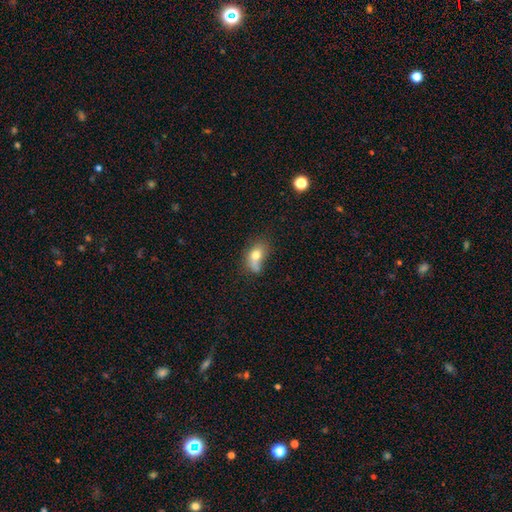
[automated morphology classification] smooth 72%, featured or disk 18%, star or artifact 10%. Down the decision tree: how rounded — in between (77%); merging — none (34%).